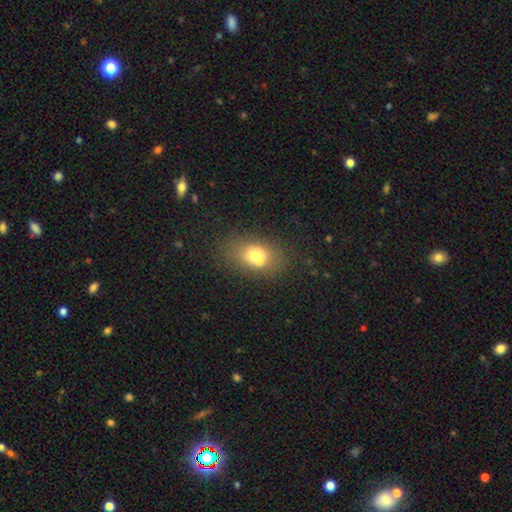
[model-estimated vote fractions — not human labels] Smooth or featured? smooth (71%)
How rounded? in between (69%)
Merging? none (55%)